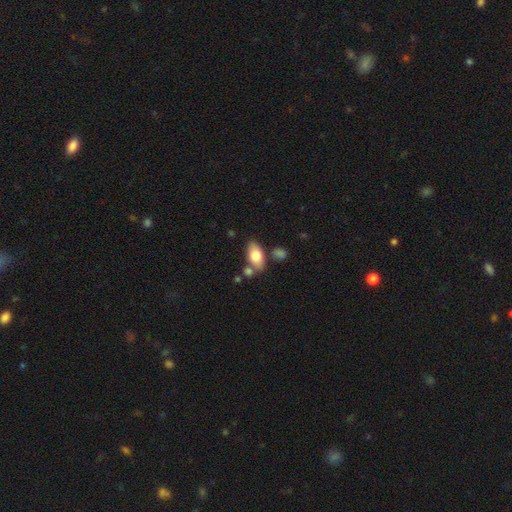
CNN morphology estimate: type=smooth (75%); roundness=in between (89%); merging=none (64%).